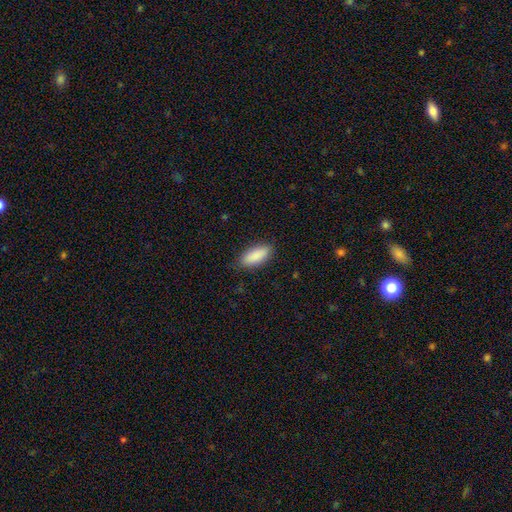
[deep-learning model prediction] Smooth or featured? smooth (89%)
How rounded? in between (79%)
Merging? none (85%)